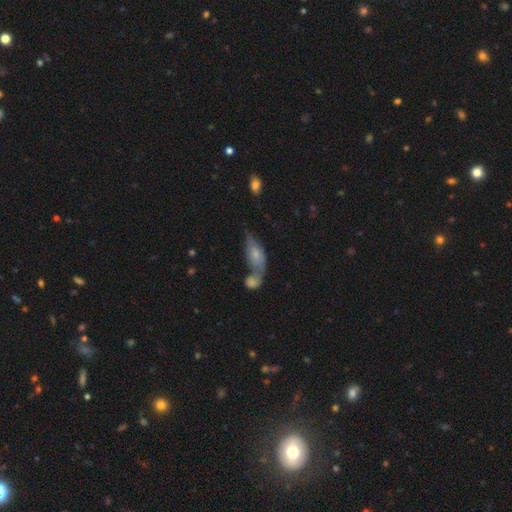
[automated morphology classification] Overall: smooth (57%; featured or disk 35%). How rounded: in between (82%). Merging: merger (56%; none 21%).